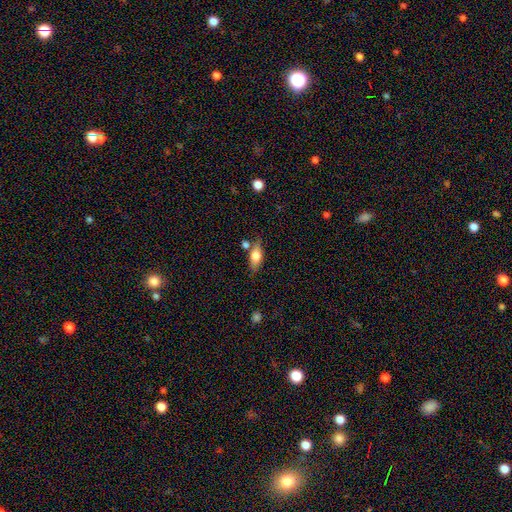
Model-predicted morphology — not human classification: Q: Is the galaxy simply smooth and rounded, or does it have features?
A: smooth — 64%.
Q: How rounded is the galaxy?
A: in between — 72%.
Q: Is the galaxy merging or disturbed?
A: none — 70%.